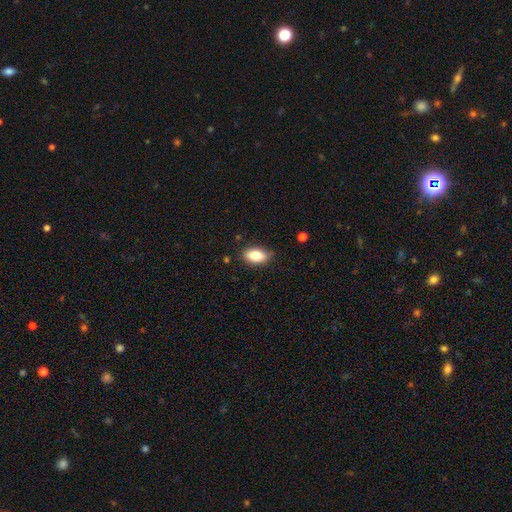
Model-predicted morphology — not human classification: A smooth galaxy with no disk features (83%) that is in between round and cigar-shaped (91%). Merging: none (81%).